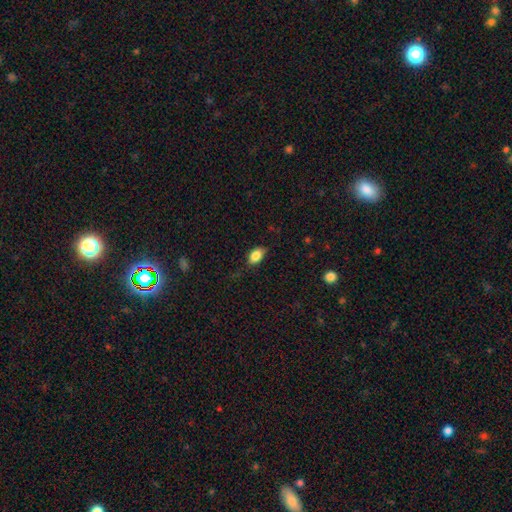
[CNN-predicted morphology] A smooth galaxy with no disk features (84%) that is in between round and cigar-shaped (87%).

Vote fractions:
- Smooth or featured? smooth: 84% / featured or disk: 8% / star or artifact: 8%
- How rounded? in between: 87% / round: 10% / cigar-shaped: 3%
- Merging? none: 75% / minor disturbance: 19% / major disturbance: 4% / merger: 1%